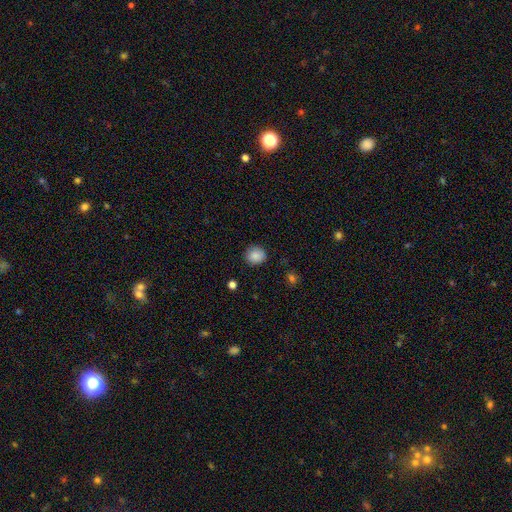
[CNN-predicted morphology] The model was most divided on "how rounded": round: 85%, in between: 14%, cigar-shaped: 1%. More confident: merging — none (88%); smooth or featured — smooth (87%).